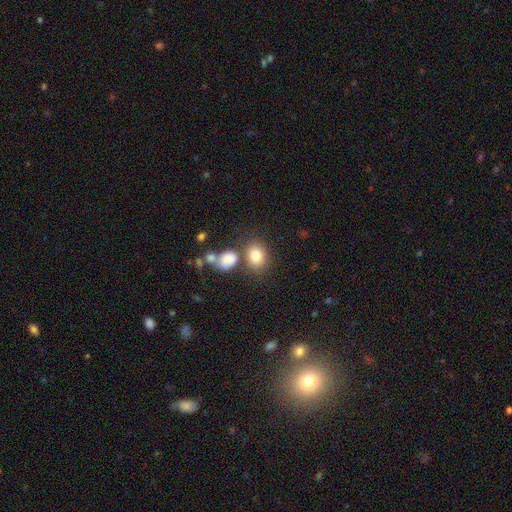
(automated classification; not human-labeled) This appears to be a smooth galaxy with no disk features (81%) that is in between round and cigar-shaped (51%). Merging: none (62%).